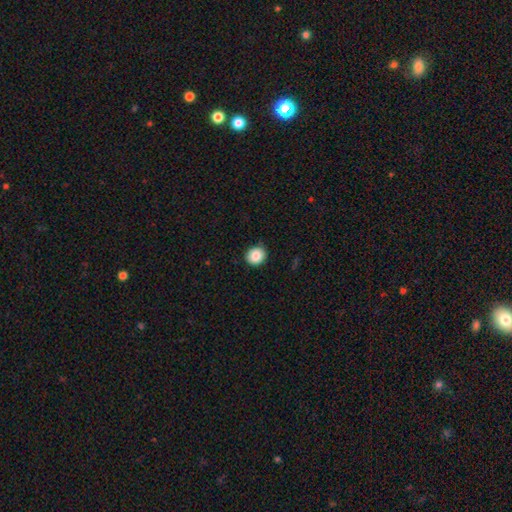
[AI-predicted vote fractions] Overall: smooth (86%). How rounded: round (84%). Merging: none (85%).